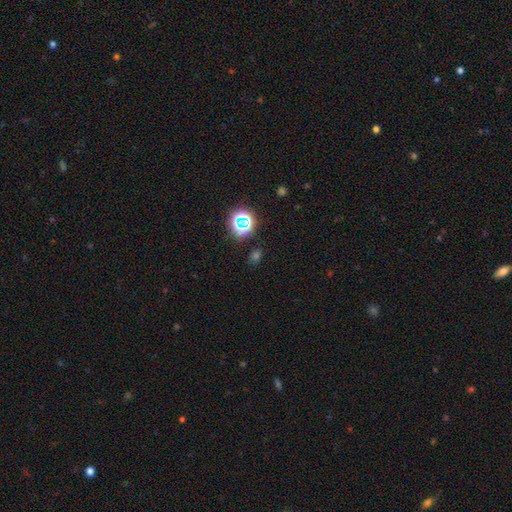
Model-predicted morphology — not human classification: smooth-or-featured: star or artifact: 55% | smooth: 37% | featured or disk: 8%